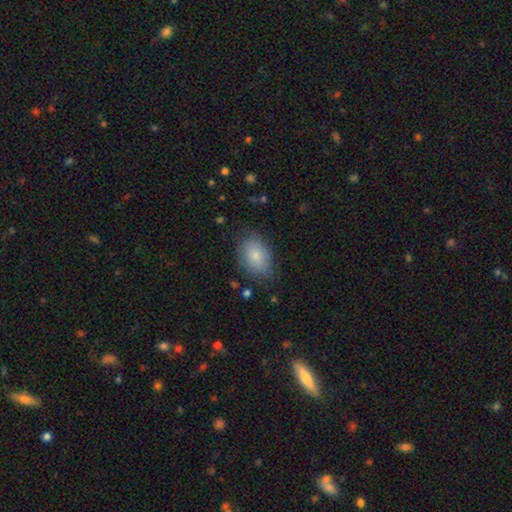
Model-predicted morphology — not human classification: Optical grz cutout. It shows a smooth galaxy with no disk features (83%) that is in between round and cigar-shaped (85%). Merging: none (75%).